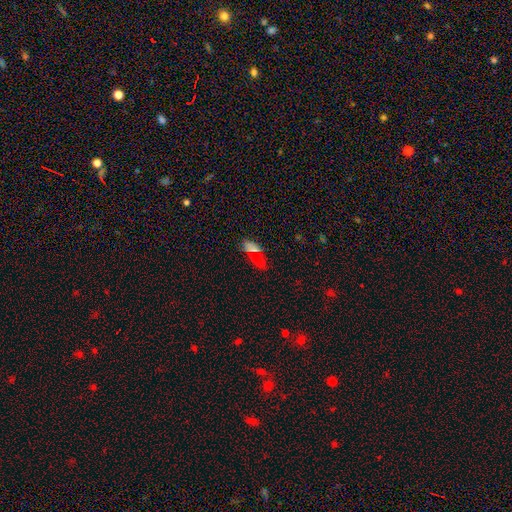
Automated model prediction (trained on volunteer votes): Smooth or featured: smooth — 67% (star or artifact — 23%)
How rounded: in between — 70% (cigar-shaped — 24%)
Merging: none — 77% (minor disturbance — 14%)